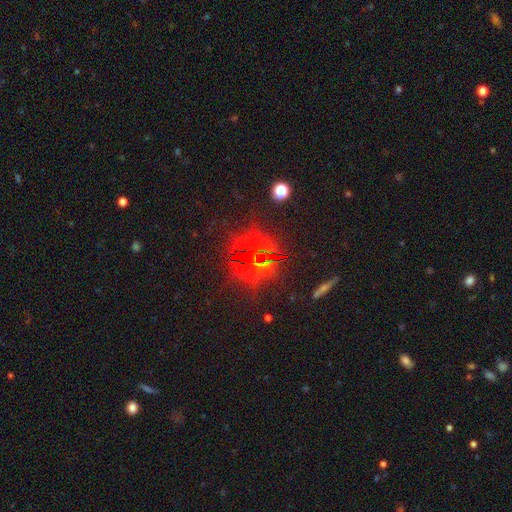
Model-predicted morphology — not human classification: Overall: star or artifact (75%).